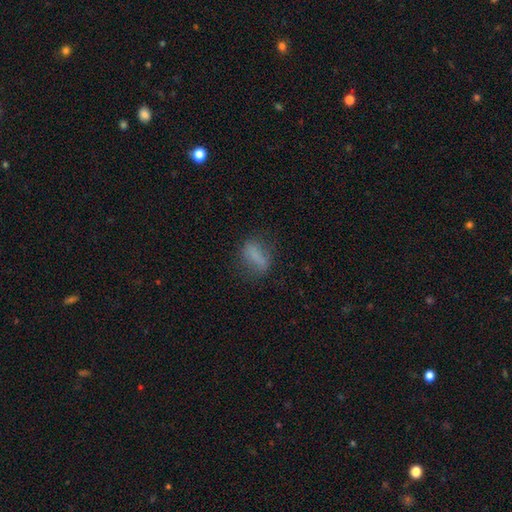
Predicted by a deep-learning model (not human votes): This is likely a smooth galaxy (71%). How rounded: likely in between (66%). Merging: likely none (68%).